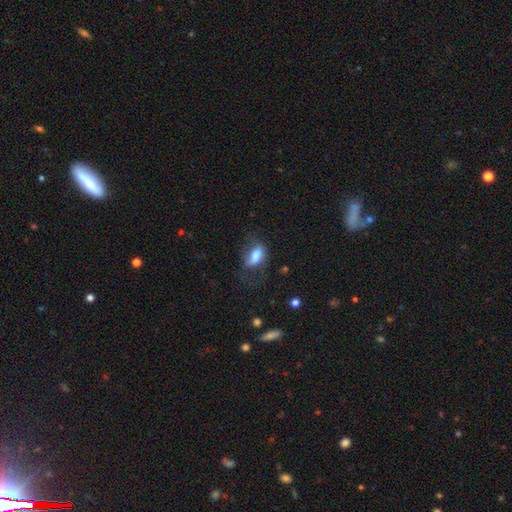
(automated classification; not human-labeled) This is likely a smooth galaxy (73%). How rounded: clearly in between (87%). Merging: marginally none (42%).